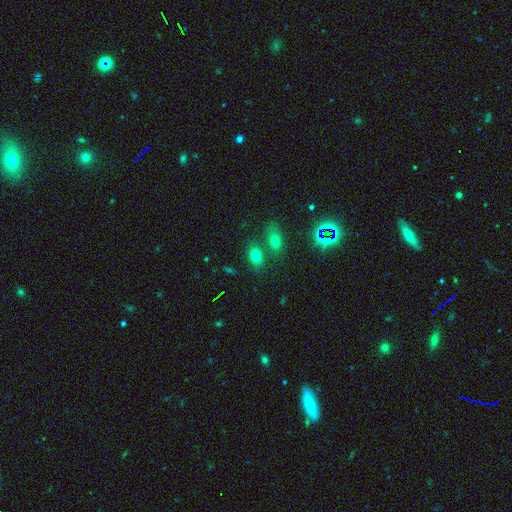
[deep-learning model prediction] The model was most divided on "merging": none: 64%, merger: 21%, minor disturbance: 11%, major disturbance: 4%. More confident: how rounded — in between (79%); smooth or featured — smooth (72%).